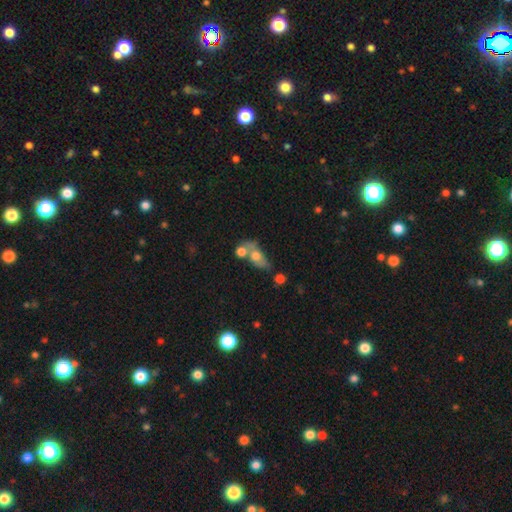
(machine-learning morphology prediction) This is possibly a smooth galaxy (59%). How rounded: likely in between (70%). Merging: possibly merger (46%).